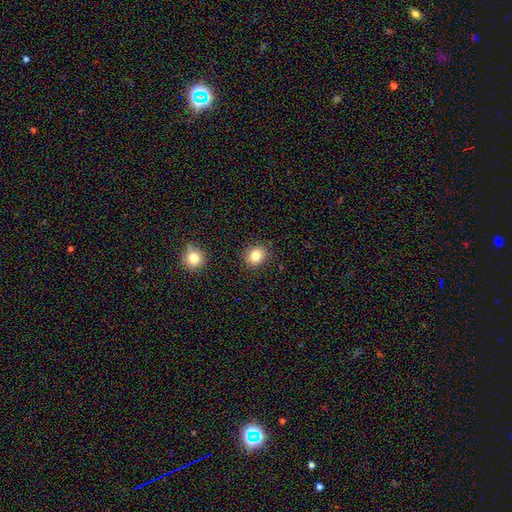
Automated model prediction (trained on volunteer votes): This is clearly a smooth galaxy (82%). How rounded: likely round (73%). Merging: clearly none (87%).